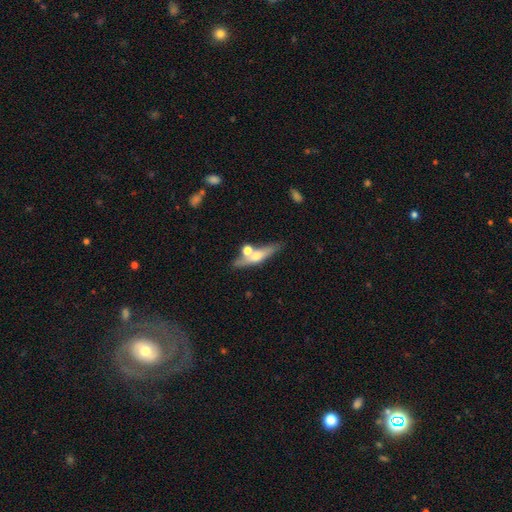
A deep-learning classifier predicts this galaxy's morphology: Smooth or featured? featured or disk (50%)
Edge-on disk? yes (85%)
Merging? none (63%)